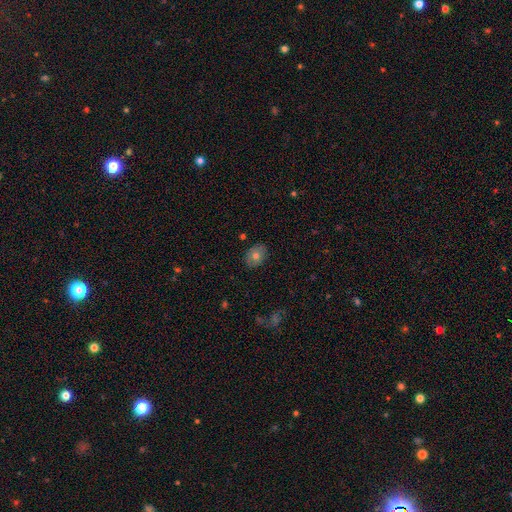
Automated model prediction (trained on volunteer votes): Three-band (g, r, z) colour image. It shows a smooth galaxy with no disk features (74%) that is in between round and cigar-shaped (57%). Merging: none (85%).